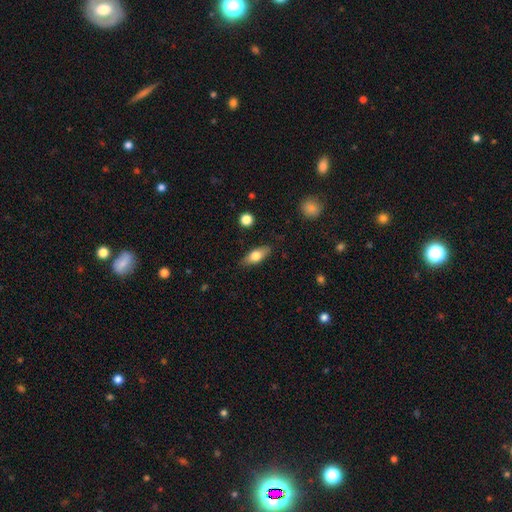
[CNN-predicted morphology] Smooth or featured: smooth — 71% (featured or disk — 22%)
How rounded: in between — 76% (cigar-shaped — 20%)
Merging: none — 83% (minor disturbance — 13%)